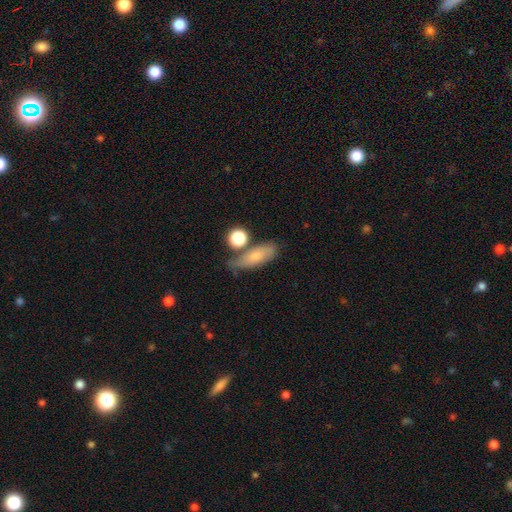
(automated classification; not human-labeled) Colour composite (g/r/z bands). It shows a smooth galaxy with no disk features (73%) that is in between round and cigar-shaped (64%). Merging: none (58%).